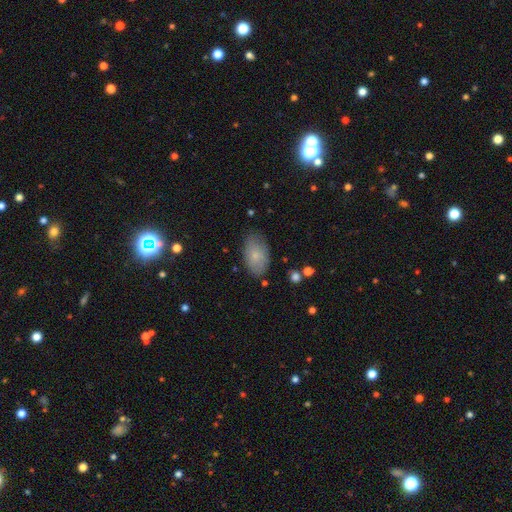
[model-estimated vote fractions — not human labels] Q: Smooth or featured?
A: smooth (79%); runner-up: featured or disk (14%)
Q: How rounded?
A: in between (93%); runner-up: round (5%)
Q: Merging?
A: none (78%); runner-up: minor disturbance (16%)